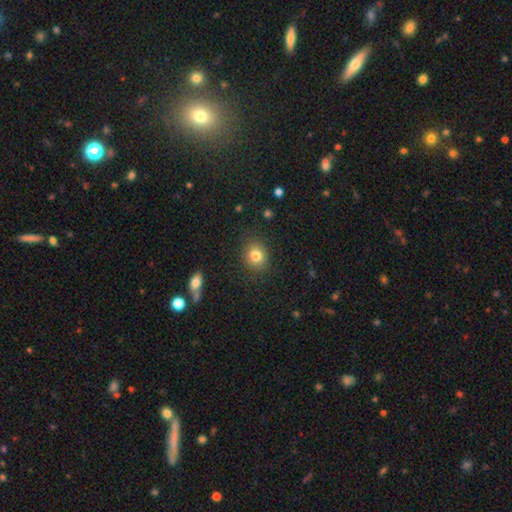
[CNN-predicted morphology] A smooth galaxy with no disk features (83%) that is round (68%). Merging: none (84%).